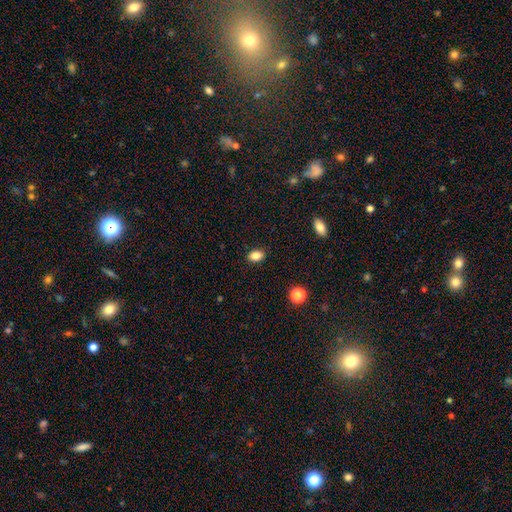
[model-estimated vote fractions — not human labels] The model was most divided on "how rounded": in between: 82%, round: 17%, cigar-shaped: 1%. More confident: merging — none (89%); smooth or featured — smooth (86%).